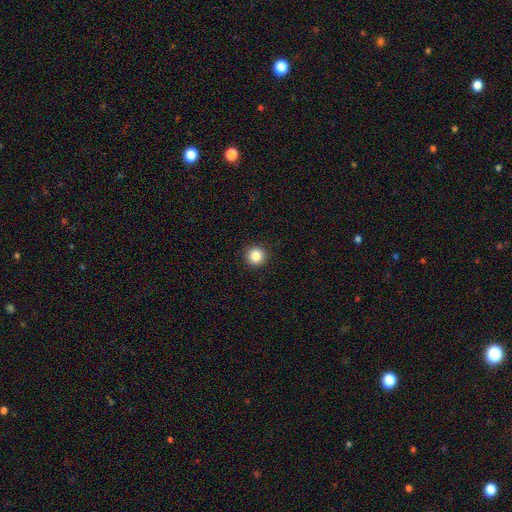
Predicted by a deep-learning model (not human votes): Smooth or featured? Predicted: smooth (p=0.86). How rounded? Predicted: round (p=0.95). Merging? Predicted: none (p=0.93).